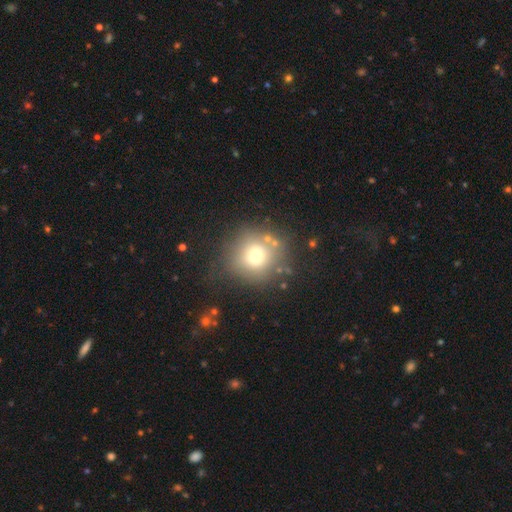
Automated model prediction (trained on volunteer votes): Overall: smooth (70%). How rounded: round (90%). Merging: none (74%).